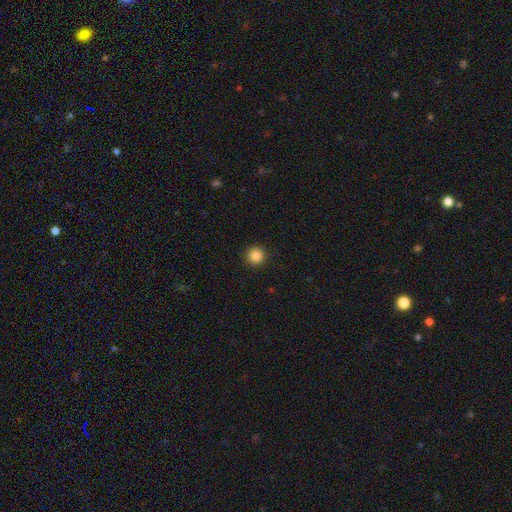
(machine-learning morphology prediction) A smooth galaxy with no disk features (86%) that is round (95%).

Vote fractions:
- Smooth or featured? smooth: 86% / star or artifact: 11% / featured or disk: 3%
- How rounded? round: 95% / in between: 4% / cigar-shaped: 1%
- Merging? none: 93% / minor disturbance: 5% / major disturbance: 2% / merger: 1%